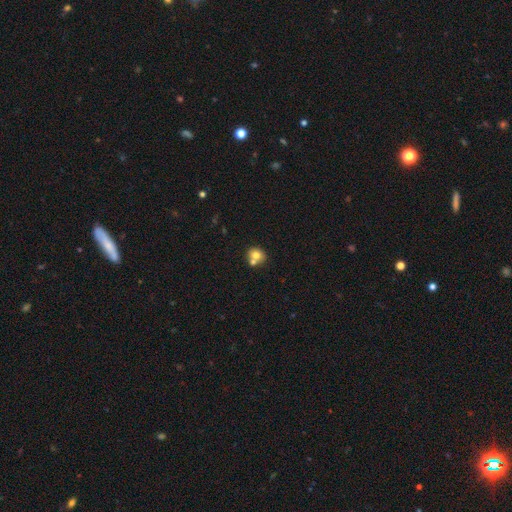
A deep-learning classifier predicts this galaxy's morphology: Q: Smooth or featured?
A: smooth (74%); runner-up: featured or disk (16%)
Q: How rounded?
A: round (73%); runner-up: in between (26%)
Q: Merging?
A: none (48%); runner-up: merger (41%)